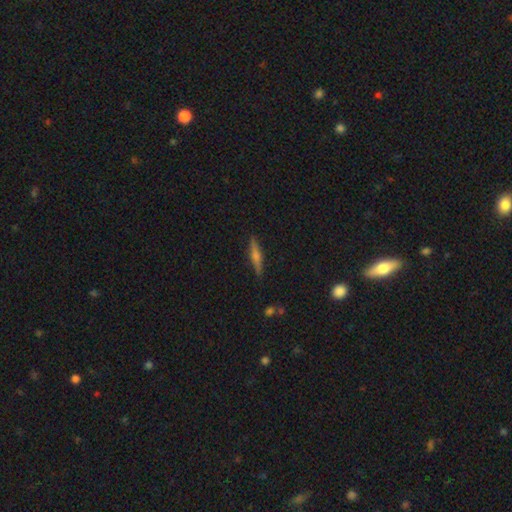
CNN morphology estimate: A featured or disk galaxy (54%) viewed edge-on (96%) with a rounded central bulge (77%). Merging: none (87%).